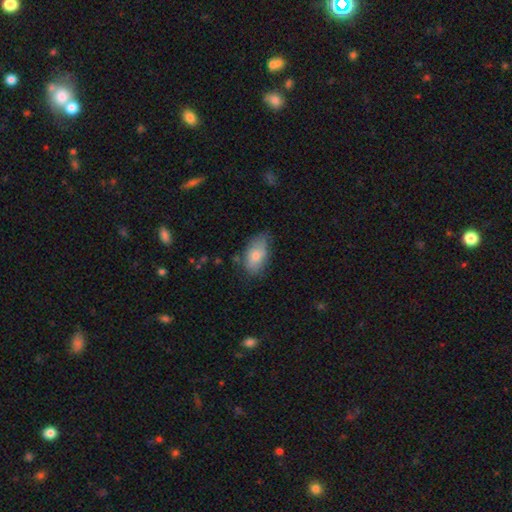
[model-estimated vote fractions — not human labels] Q: Smooth or featured?
A: smooth (77%); runner-up: featured or disk (16%)
Q: How rounded?
A: in between (92%); runner-up: round (4%)
Q: Merging?
A: none (63%); runner-up: minor disturbance (29%)